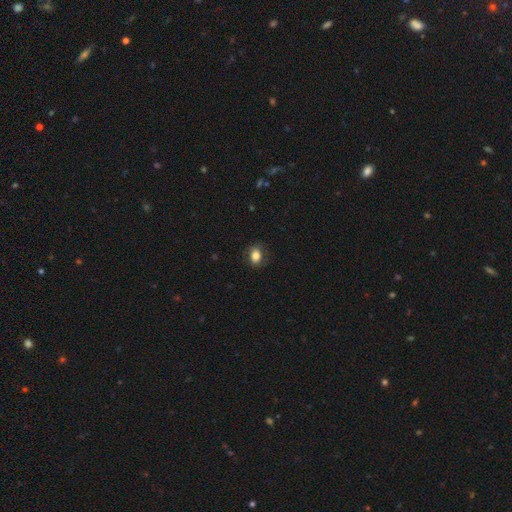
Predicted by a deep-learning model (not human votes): Smooth or featured: smooth — 78% (featured or disk — 13%)
How rounded: in between — 75% (round — 24%)
Merging: none — 79% (minor disturbance — 15%)